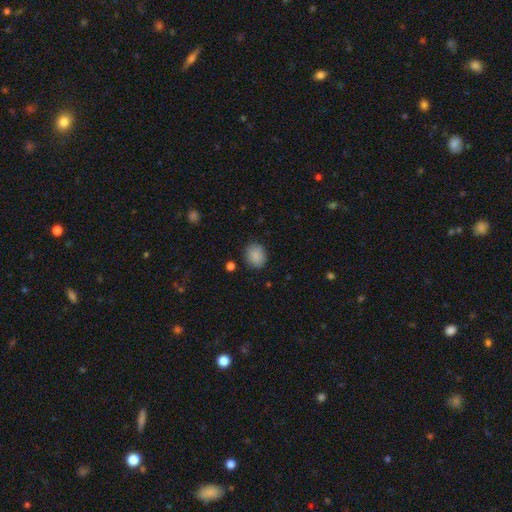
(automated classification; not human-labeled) Smooth or featured?
  - smooth: 87% *
  - star or artifact: 8%
  - featured or disk: 4%
How rounded?
  - round: 59% *
  - in between: 40%
  - cigar-shaped: 1%
Merging?
  - none: 85% *
  - minor disturbance: 11%
  - major disturbance: 3%
  - merger: 2%